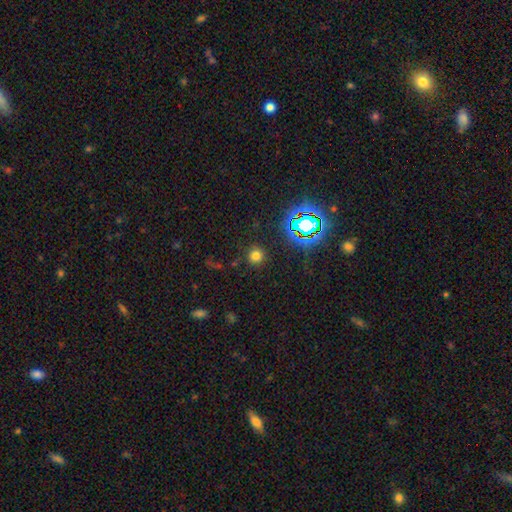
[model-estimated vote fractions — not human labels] smooth-or-featured: smooth: 69% | star or artifact: 24% | featured or disk: 7%
  how-rounded: round: 94% | in between: 5% | cigar-shaped: 1%
  merging: none: 87% | minor disturbance: 7% | major disturbance: 3% | merger: 2%